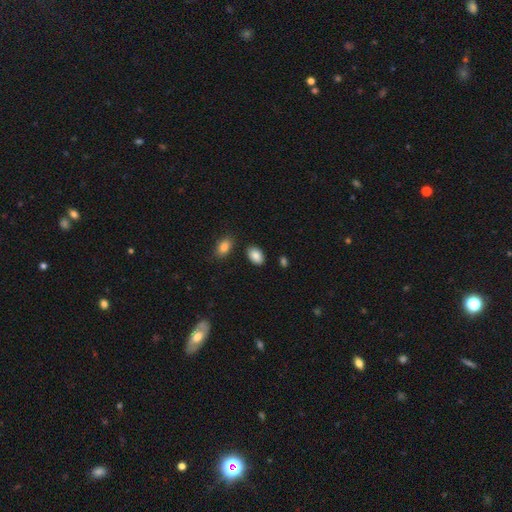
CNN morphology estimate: smooth_or_featured: smooth (p=0.87) [alt: star or artifact p=0.07]
how_rounded: in between (p=0.90) [alt: round p=0.09]
merging: none (p=0.84) [alt: minor disturbance p=0.10]